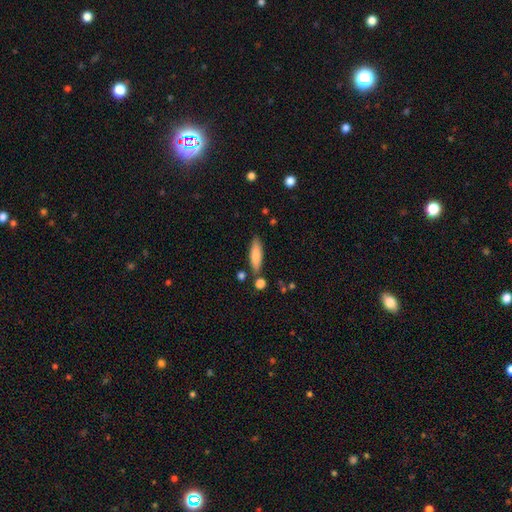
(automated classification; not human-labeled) This appears to be a smooth galaxy with no disk features (80%) that is cigar-shaped (58%). Merging: none (78%).